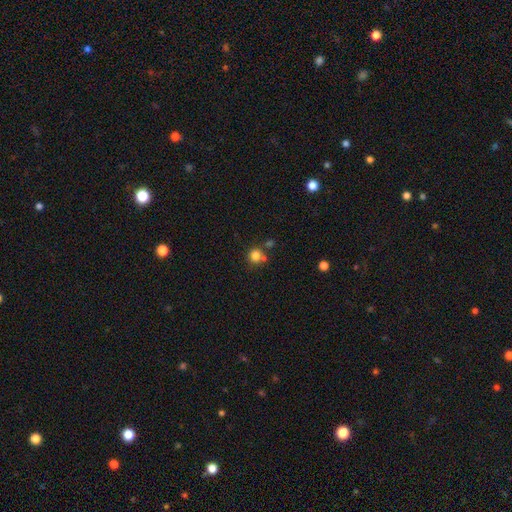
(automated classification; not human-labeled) Overall: smooth (81%). How rounded: round (91%). Merging: none (67%).